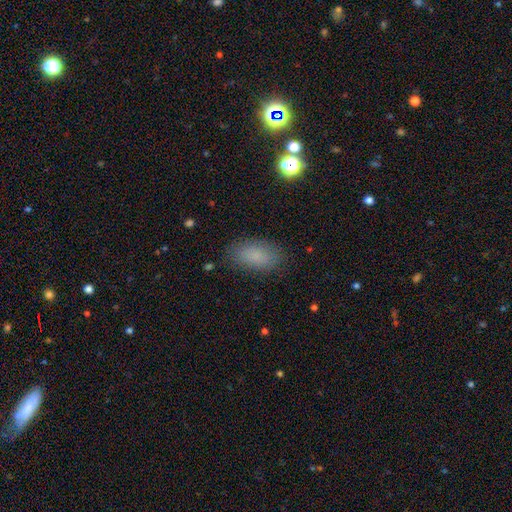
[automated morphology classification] This appears to be a smooth galaxy with no disk features (82%) that is in between round and cigar-shaped (91%). Merging: none (85%).